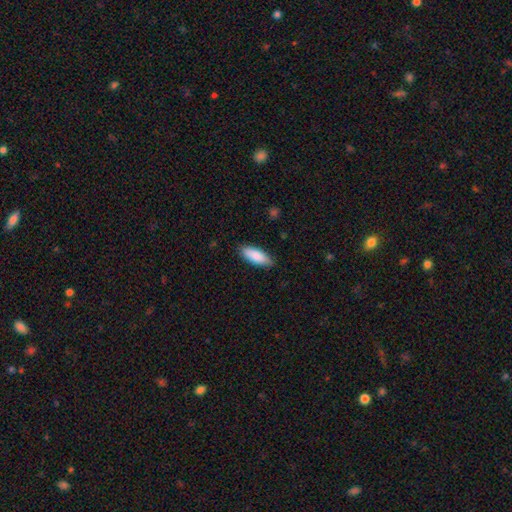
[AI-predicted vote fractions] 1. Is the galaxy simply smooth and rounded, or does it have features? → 87% smooth, 8% featured or disk, 5% star or artifact.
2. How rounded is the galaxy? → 74% in between, 24% cigar-shaped, 2% round.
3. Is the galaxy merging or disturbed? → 86% none, 11% minor disturbance, 2% major disturbance, 1% merger.